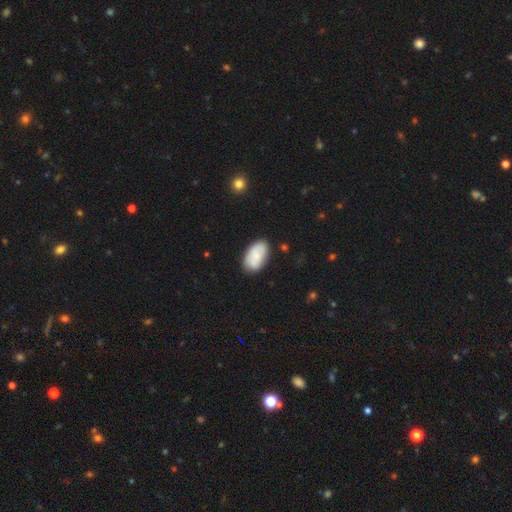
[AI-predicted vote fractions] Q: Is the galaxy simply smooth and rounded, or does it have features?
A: smooth — 75%.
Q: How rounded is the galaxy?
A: in between — 94%.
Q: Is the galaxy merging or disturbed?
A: none — 75%.